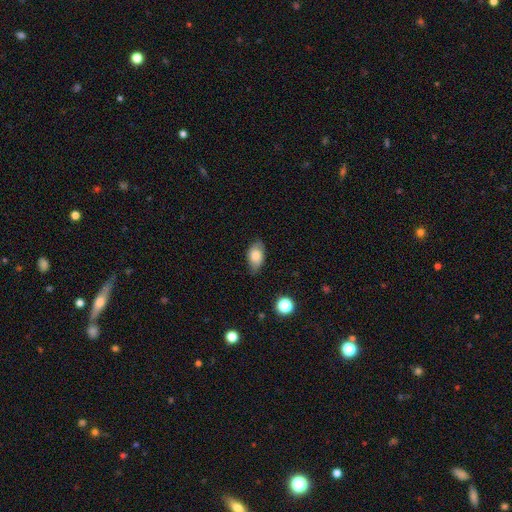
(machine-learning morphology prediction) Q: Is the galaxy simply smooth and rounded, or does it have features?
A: smooth — 77%.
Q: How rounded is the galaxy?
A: in between — 90%.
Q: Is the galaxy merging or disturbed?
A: none — 71%.